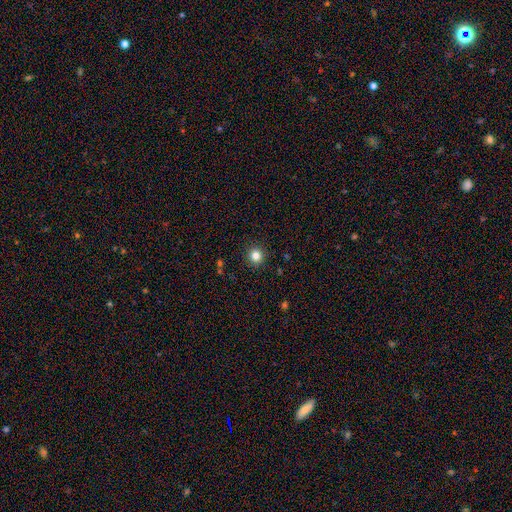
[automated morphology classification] smooth-or-featured: smooth: 83% | star or artifact: 12% | featured or disk: 5%
  how-rounded: round: 94% | in between: 5% | cigar-shaped: 1%
  merging: none: 92% | minor disturbance: 5% | major disturbance: 2% | merger: 1%